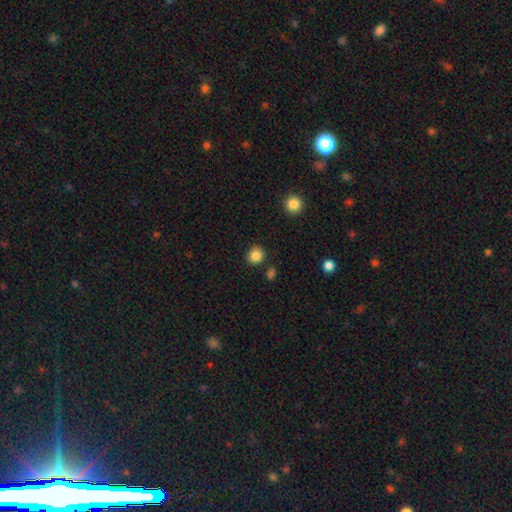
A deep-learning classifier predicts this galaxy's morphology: smooth-or-featured: smooth: 85% | star or artifact: 11% | featured or disk: 4%
  how-rounded: round: 84% | in between: 15% | cigar-shaped: 1%
  merging: none: 86% | minor disturbance: 9% | merger: 3% | major disturbance: 3%